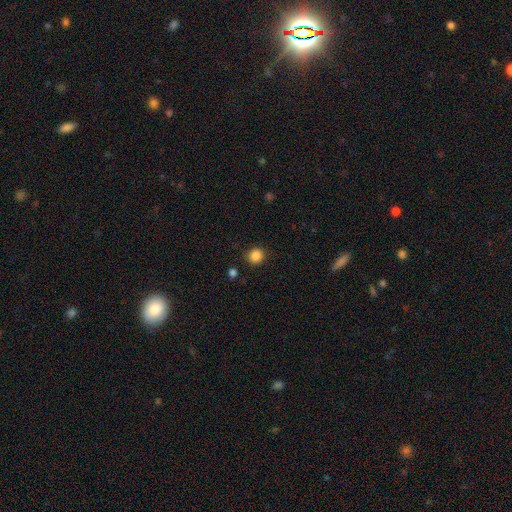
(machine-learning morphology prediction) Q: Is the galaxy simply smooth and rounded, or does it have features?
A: smooth — 86%.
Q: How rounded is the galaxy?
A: round — 86%.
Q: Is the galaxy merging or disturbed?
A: none — 88%.